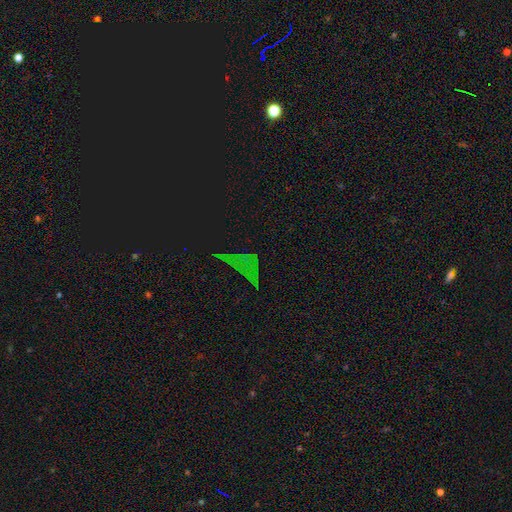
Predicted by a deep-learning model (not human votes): Smooth or featured? Predicted: star or artifact (p=0.70).